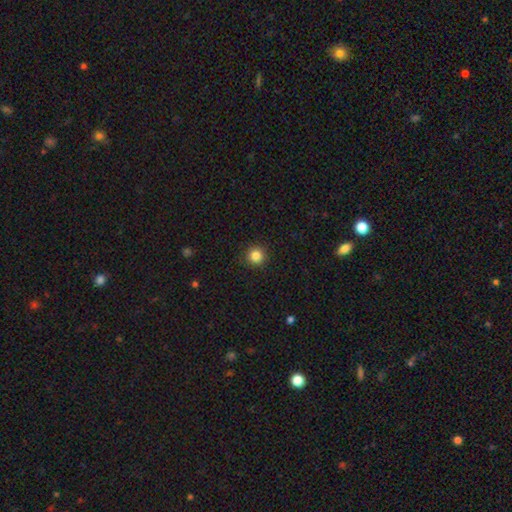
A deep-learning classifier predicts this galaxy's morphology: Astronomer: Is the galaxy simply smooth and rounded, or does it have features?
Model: smooth — 85%.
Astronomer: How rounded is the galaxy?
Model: round — 95%.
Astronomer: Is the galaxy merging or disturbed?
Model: none — 92%.